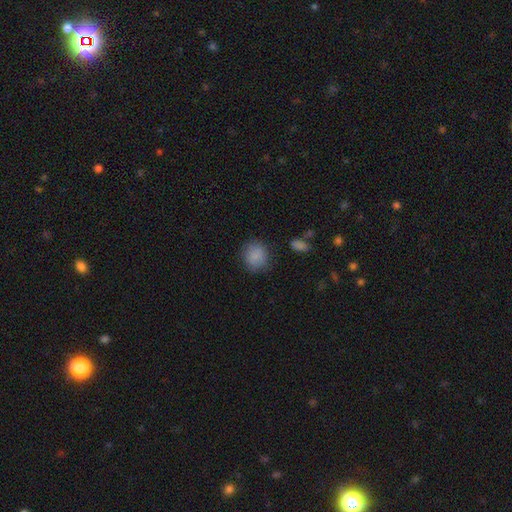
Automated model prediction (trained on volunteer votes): Overall: smooth (85%). How rounded: round (80%). Merging: none (81%).